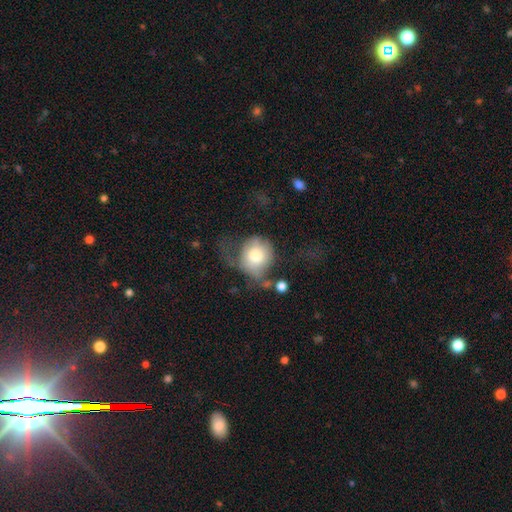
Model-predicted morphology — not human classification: Smooth or featured?
  - smooth: 69% *
  - featured or disk: 23%
  - star or artifact: 8%
How rounded?
  - round: 74% *
  - in between: 25%
  - cigar-shaped: 1%
Merging?
  - major disturbance: 39% *
  - none: 30%
  - minor disturbance: 24%
  - merger: 7%